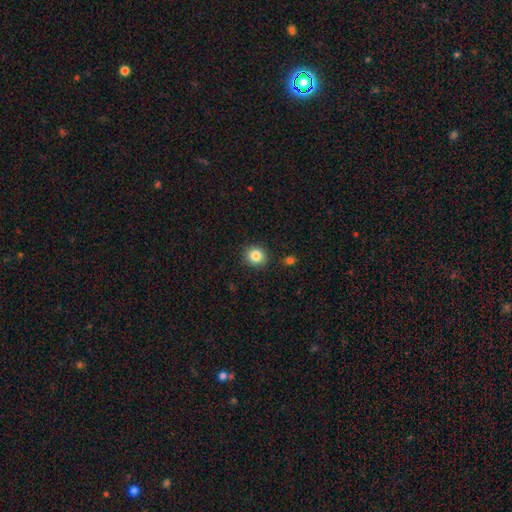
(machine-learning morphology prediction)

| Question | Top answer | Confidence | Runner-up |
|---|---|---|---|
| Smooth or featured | smooth | 85% | star or artifact (10%) |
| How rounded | round | 86% | in between (13%) |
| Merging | none | 90% | minor disturbance (7%) |